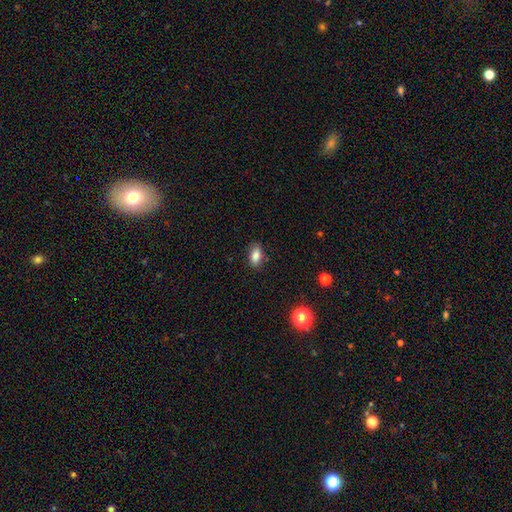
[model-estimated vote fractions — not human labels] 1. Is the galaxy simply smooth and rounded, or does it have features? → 83% smooth, 9% star or artifact, 8% featured or disk.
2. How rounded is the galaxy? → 88% in between, 7% round, 5% cigar-shaped.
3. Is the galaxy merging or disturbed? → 84% none, 12% minor disturbance, 3% major disturbance, 2% merger.